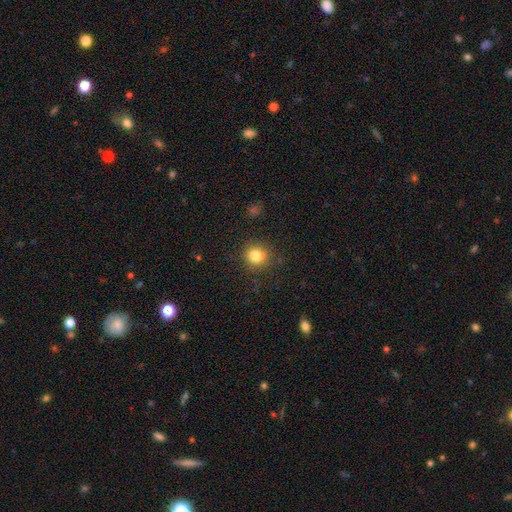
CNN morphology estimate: Overall: smooth (82%). How rounded: round (85%). Merging: none (85%).